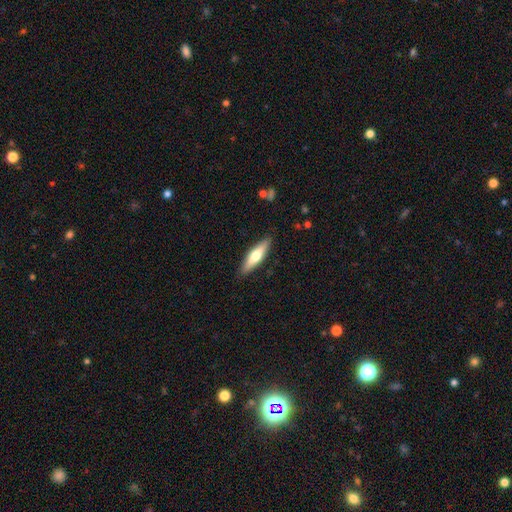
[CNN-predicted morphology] This appears to be a smooth galaxy with no disk features (52%) that is cigar-shaped (68%). Merging: none (88%).